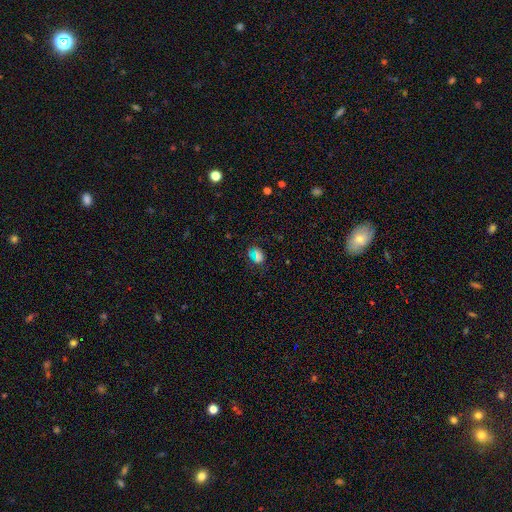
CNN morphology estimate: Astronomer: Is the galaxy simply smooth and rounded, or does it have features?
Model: smooth — 54% (runner-up: star or artifact, 36%).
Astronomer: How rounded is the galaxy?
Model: round — 48%, tied with in between at 48%.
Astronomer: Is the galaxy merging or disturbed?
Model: none — 73%.